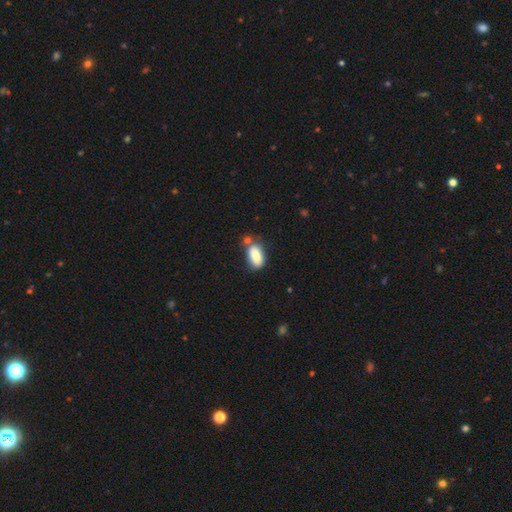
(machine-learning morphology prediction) type=smooth (83%); roundness=in between (90%); merging=none (51%).